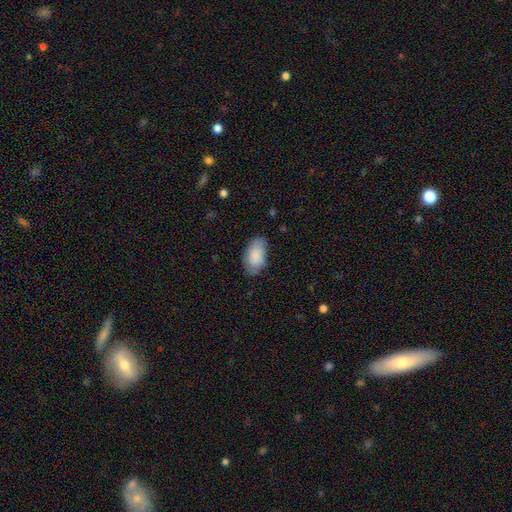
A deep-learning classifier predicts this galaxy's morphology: smooth 85%, featured or disk 9%, star or artifact 6%. Down the decision tree: how rounded — in between (95%); merging — none (73%).